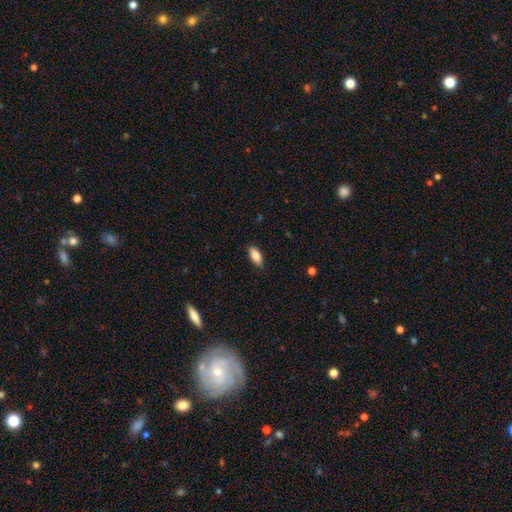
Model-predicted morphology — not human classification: Overall: smooth (83%). How rounded: in between (83%). Merging: none (87%).